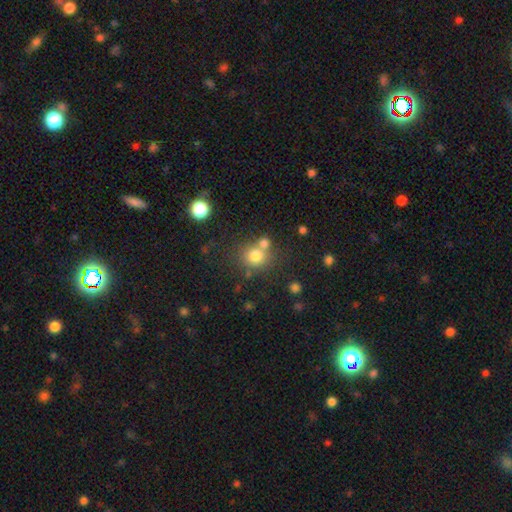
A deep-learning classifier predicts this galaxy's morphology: type=smooth (76%); roundness=round (84%); merging=none (56%).